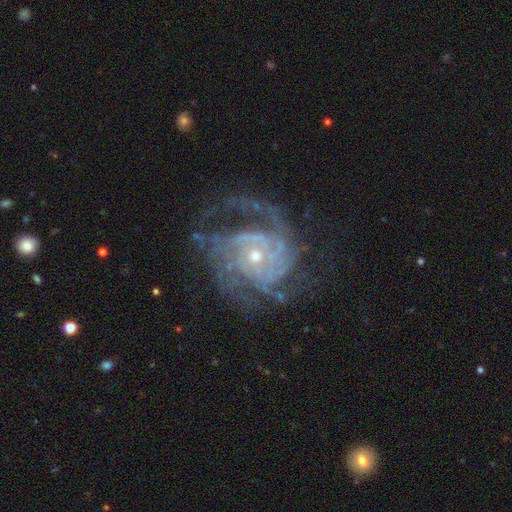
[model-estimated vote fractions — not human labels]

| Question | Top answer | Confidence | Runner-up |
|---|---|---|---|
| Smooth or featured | featured or disk | 89% | star or artifact (7%) |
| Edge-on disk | no | 98% | yes (2%) |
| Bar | no | 75% | weak (20%) |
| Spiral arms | yes | 96% | no (4%) |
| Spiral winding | tight | 56% | medium (34%) |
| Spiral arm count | can't tell | 27% | 3 (23%) |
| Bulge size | small | 59% | moderate (37%) |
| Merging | none | 59% | major disturbance (21%) |